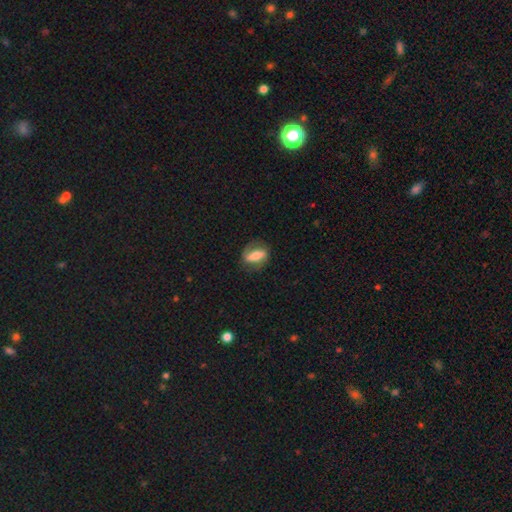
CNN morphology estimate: smooth-or-featured: featured or disk: 56% | smooth: 37% | star or artifact: 7%
  disk-edge-on: no: 88% | yes: 12%
  merging: none: 74% | minor disturbance: 17% | major disturbance: 8% | merger: 1%